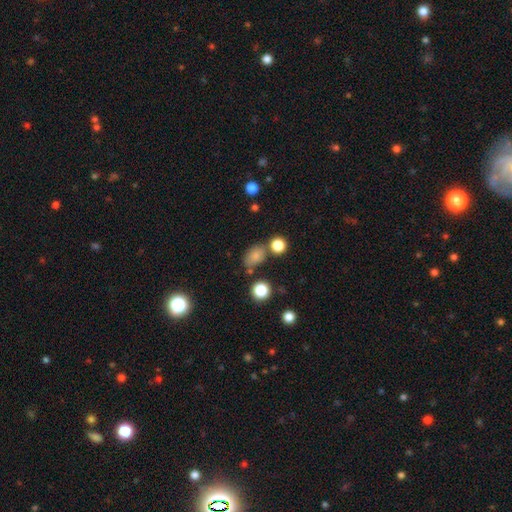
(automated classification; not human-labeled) smooth-or-featured: smooth: 78% | star or artifact: 14% | featured or disk: 8%
  how-rounded: in between: 70% | round: 28% | cigar-shaped: 2%
  merging: none: 64% | minor disturbance: 17% | merger: 14% | major disturbance: 6%